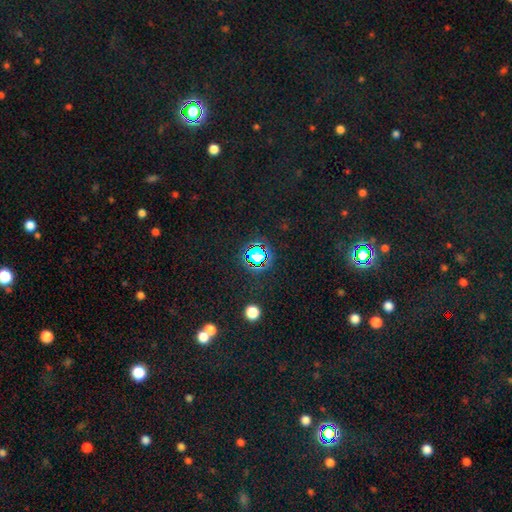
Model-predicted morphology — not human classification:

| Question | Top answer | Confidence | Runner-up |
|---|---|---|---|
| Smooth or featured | star or artifact | 69% | smooth (21%) |